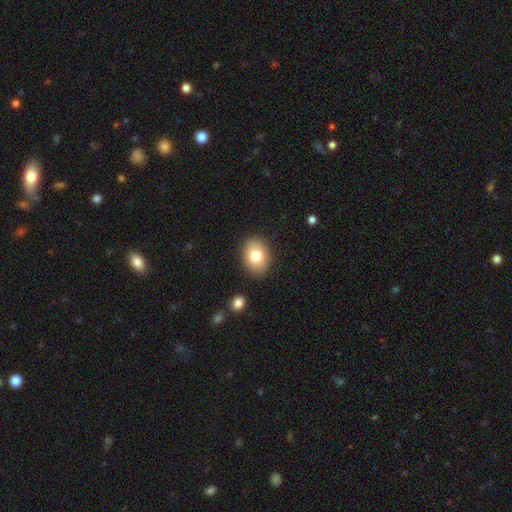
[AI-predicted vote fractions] A smooth galaxy with no disk features (78%) that is in between round and cigar-shaped (70%). Merging: none (87%).